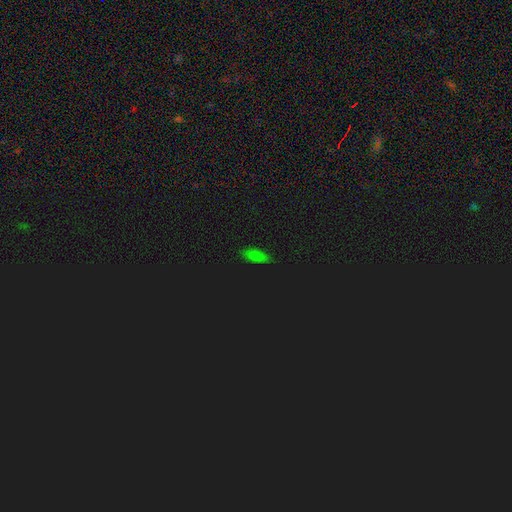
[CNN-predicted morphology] Overall: smooth (66%; star or artifact 27%). How rounded: in between (79%). Merging: none (83%).